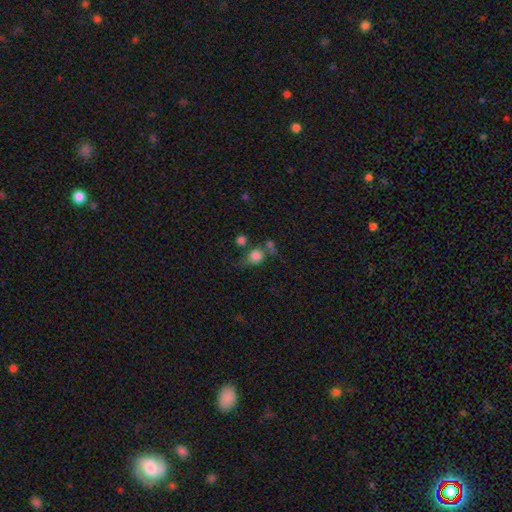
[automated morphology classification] smooth 73%, featured or disk 14%, star or artifact 12%. Down the decision tree: how rounded — round (81%); merging — none (46%).